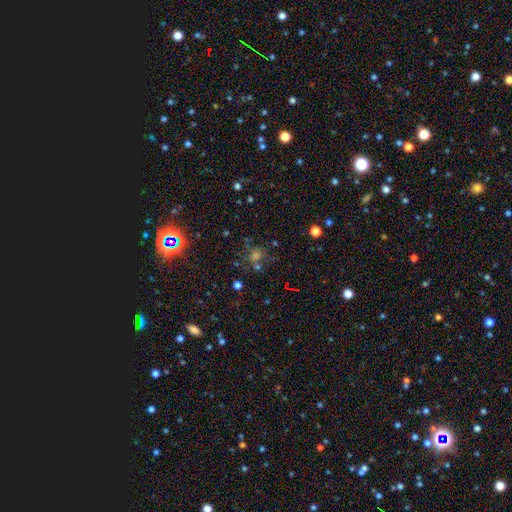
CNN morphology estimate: This appears to be a star or artifact, not a galaxy (53%).